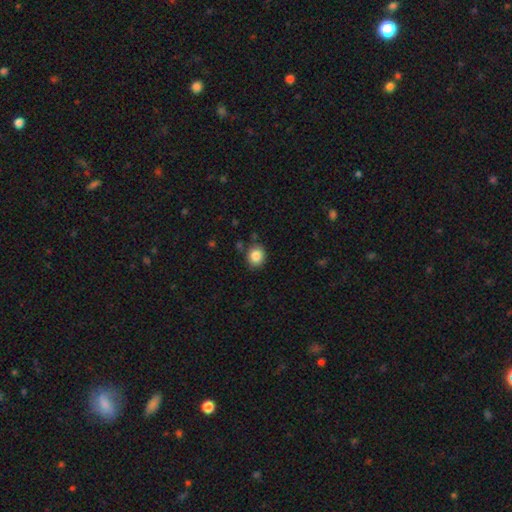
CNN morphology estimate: A smooth galaxy with no disk features (86%) that is round (69%).

Vote fractions:
- Smooth or featured? smooth: 86% / star or artifact: 9% / featured or disk: 5%
- How rounded? round: 69% / in between: 30% / cigar-shaped: 1%
- Merging? none: 83% / minor disturbance: 11% / merger: 3% / major disturbance: 3%